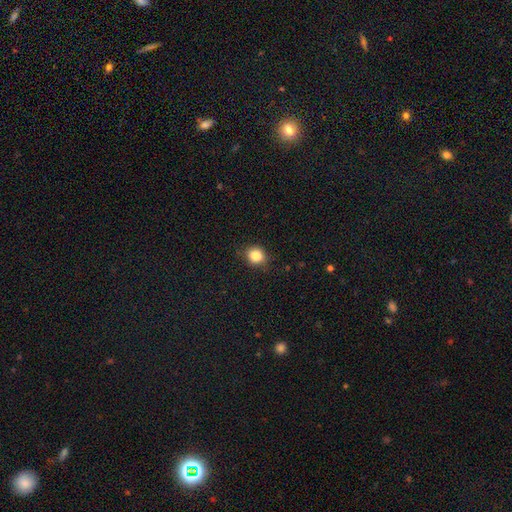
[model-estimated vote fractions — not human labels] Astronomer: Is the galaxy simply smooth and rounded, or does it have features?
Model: smooth — 84%.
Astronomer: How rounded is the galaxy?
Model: round — 77%.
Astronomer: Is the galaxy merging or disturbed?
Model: none — 85%.